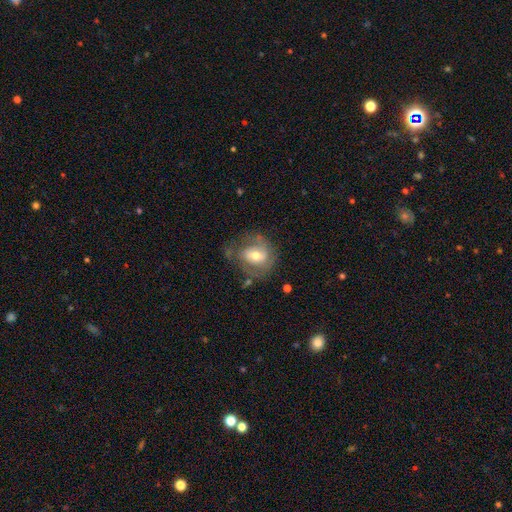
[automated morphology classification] smooth-or-featured: featured or disk: 48% | smooth: 44% | star or artifact: 8%
  merging: none: 52% | minor disturbance: 25% | major disturbance: 19% | merger: 4%